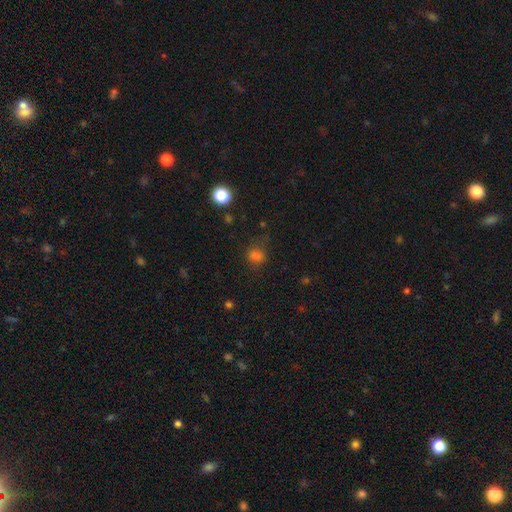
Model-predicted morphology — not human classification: type=smooth (75%); roundness=round (51%); merging=none (61%).